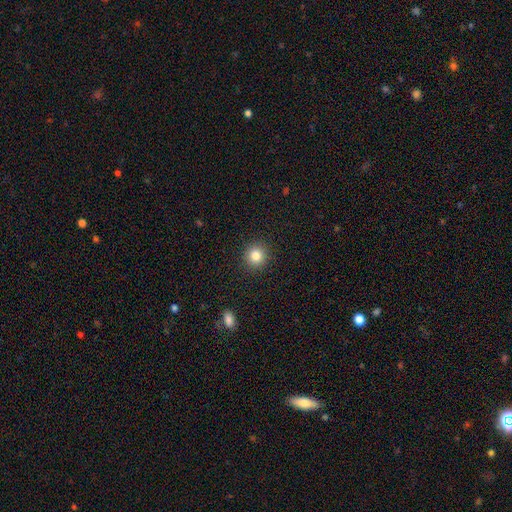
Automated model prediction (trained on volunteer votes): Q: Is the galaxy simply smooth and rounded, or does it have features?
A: smooth — 83%.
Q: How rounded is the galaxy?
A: round — 92%.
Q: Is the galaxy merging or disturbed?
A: none — 91%.